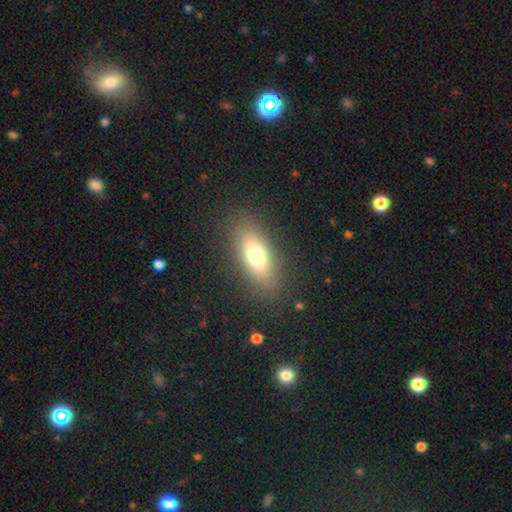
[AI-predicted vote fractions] smooth_or_featured: smooth (p=0.72) [alt: featured or disk p=0.19]
how_rounded: in between (p=0.74) [alt: cigar-shaped p=0.21]
merging: none (p=0.86) [alt: minor disturbance p=0.10]